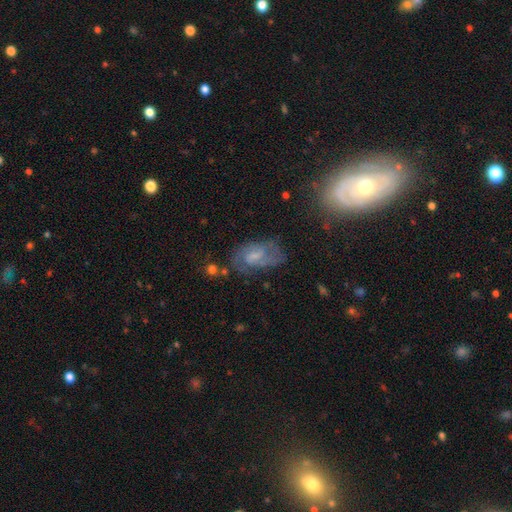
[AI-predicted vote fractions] The model was most divided on "spiral winding": medium: 47%, tight: 34%, loose: 19%. Remaining: edge-on disk — no (95%); spiral arms — yes (86%); smooth or featured — featured or disk (66%); merging — none (61%); spiral arm count — 2 (61%); bar — weak (53%); bulge size — small (46%).